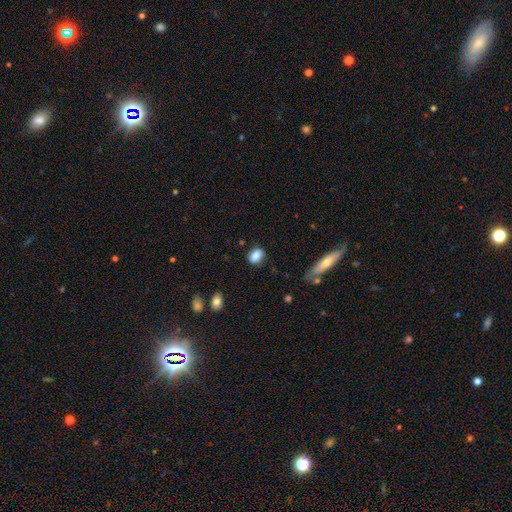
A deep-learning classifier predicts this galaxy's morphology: smooth 84%, star or artifact 8%, featured or disk 7%. Down the decision tree: how rounded — in between (58%); merging — none (81%).